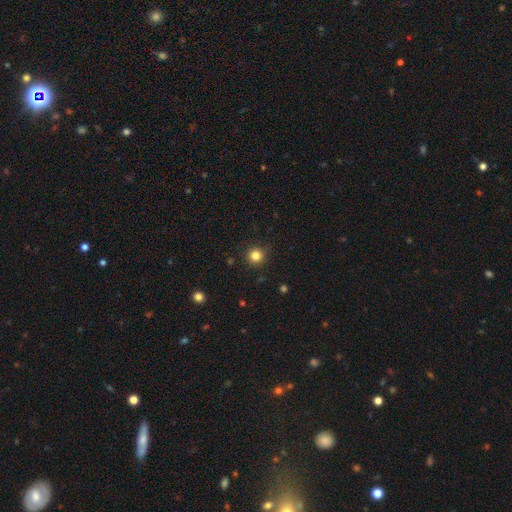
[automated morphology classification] A smooth galaxy with no disk features (83%) that is round (95%). Merging: none (91%).